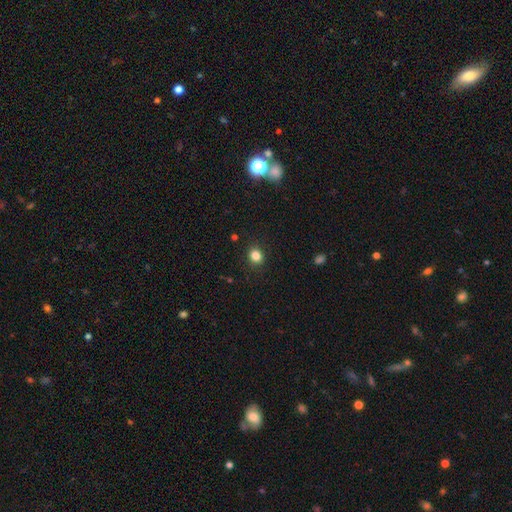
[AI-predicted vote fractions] smooth 83%, star or artifact 12%, featured or disk 5%. Down the decision tree: how rounded — round (68%); merging — none (88%).